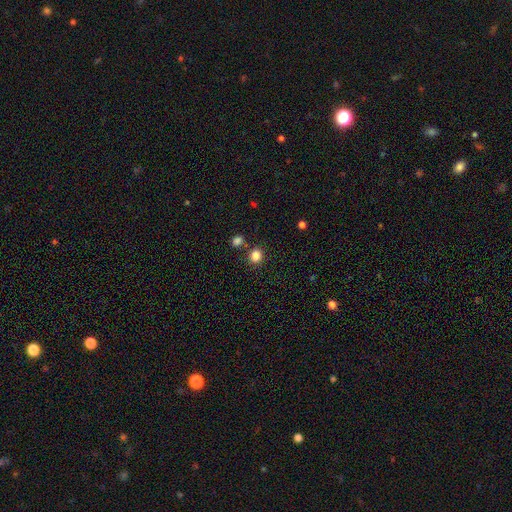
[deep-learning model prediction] A smooth galaxy with no disk features (84%) that is round (74%).

Vote fractions:
- Smooth or featured? smooth: 84% / star or artifact: 12% / featured or disk: 4%
- How rounded? round: 74% / in between: 26% / cigar-shaped: 1%
- Merging? none: 79% / merger: 10% / minor disturbance: 9% / major disturbance: 3%